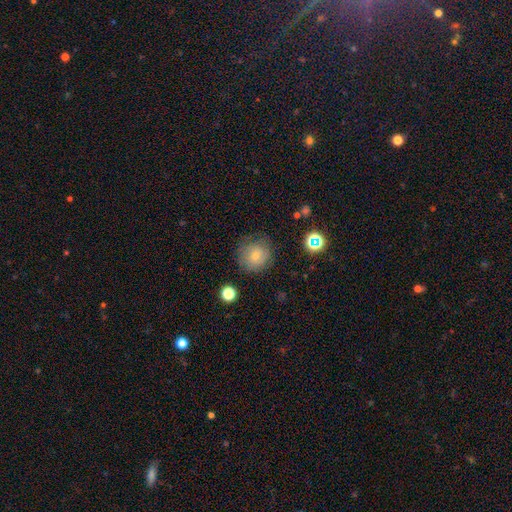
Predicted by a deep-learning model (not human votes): The model was most divided on "smooth or featured": smooth: 69%, featured or disk: 20%, star or artifact: 12%. More confident: how rounded — round (90%); merging — none (73%).